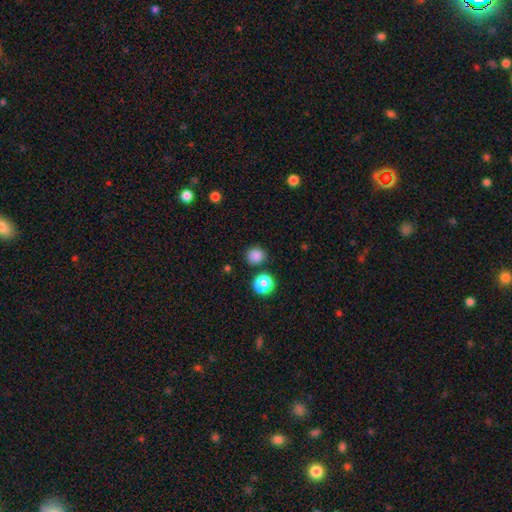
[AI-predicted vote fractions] A smooth galaxy with no disk features (84%) that is round (91%).

Vote fractions:
- Smooth or featured? smooth: 84% / star or artifact: 13% / featured or disk: 3%
- How rounded? round: 91% / in between: 8% / cigar-shaped: 1%
- Merging? none: 85% / minor disturbance: 7% / merger: 5% / major disturbance: 2%